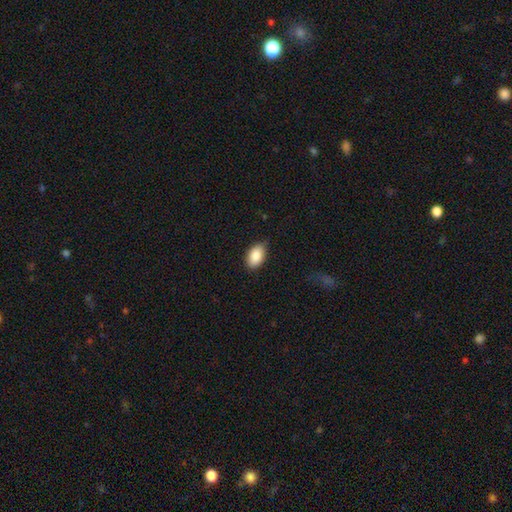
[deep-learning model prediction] smooth_or_featured: smooth (p=0.86) [alt: star or artifact p=0.07]
how_rounded: in between (p=0.90) [alt: round p=0.09]
merging: none (p=0.77) [alt: minor disturbance p=0.19]